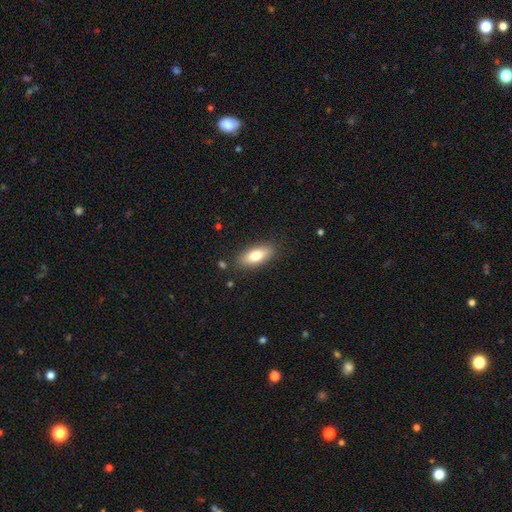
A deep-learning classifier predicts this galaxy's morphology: Smooth or featured?
  - smooth: 75% *
  - featured or disk: 18%
  - star or artifact: 7%
How rounded?
  - in between: 78% *
  - cigar-shaped: 19%
  - round: 3%
Merging?
  - none: 86% *
  - minor disturbance: 10%
  - major disturbance: 2%
  - merger: 2%